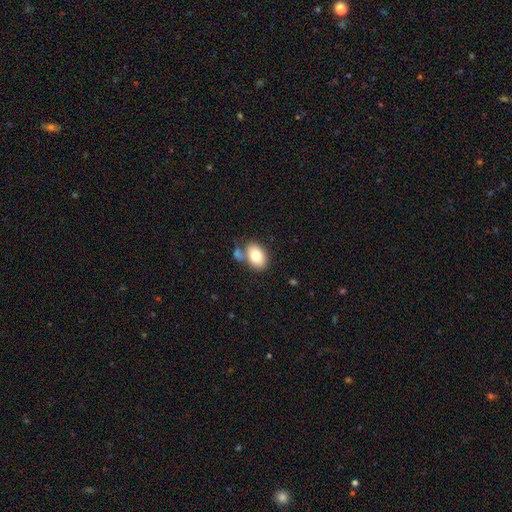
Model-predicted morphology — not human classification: Smooth or featured: smooth — 80% (featured or disk — 13%)
How rounded: in between — 86% (round — 13%)
Merging: none — 59% (merger — 21%)